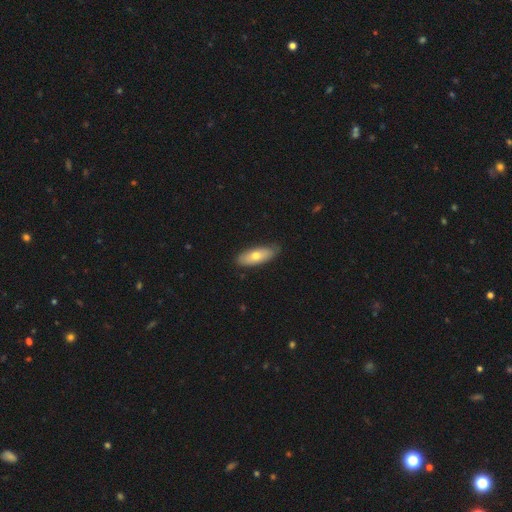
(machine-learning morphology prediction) This is likely a smooth galaxy (66%). How rounded: likely in between (72%). Merging: clearly none (83%).